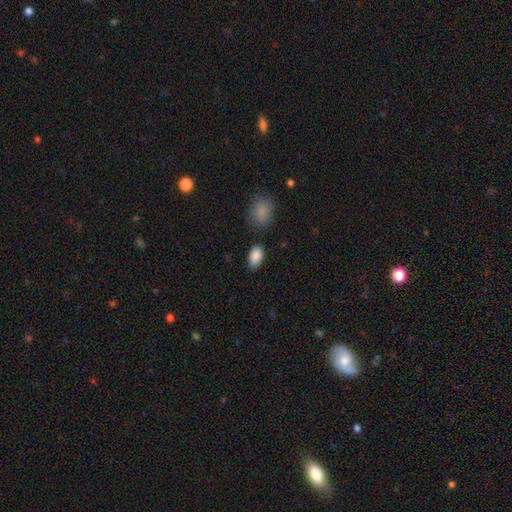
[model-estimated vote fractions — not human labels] smooth-or-featured: smooth: 88% | star or artifact: 8% | featured or disk: 4%
  how-rounded: in between: 90% | round: 8% | cigar-shaped: 1%
  merging: none: 79% | minor disturbance: 14% | merger: 4% | major disturbance: 3%